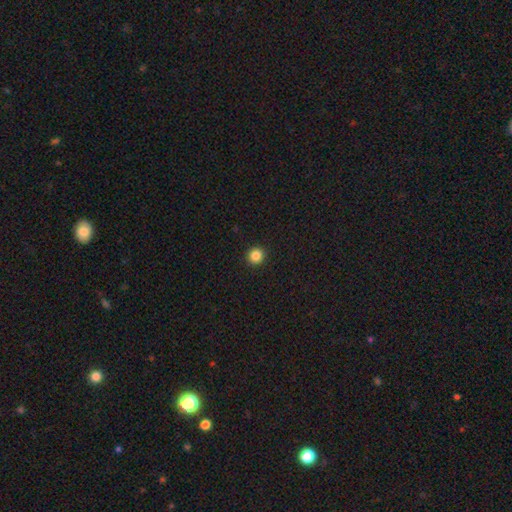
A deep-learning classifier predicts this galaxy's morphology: This is clearly a smooth galaxy (85%). How rounded: clearly round (94%). Merging: clearly none (94%).